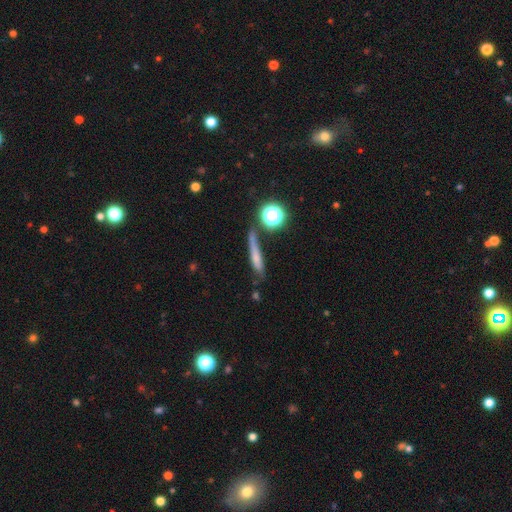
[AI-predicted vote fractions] smooth_or_featured: smooth (p=0.56) [alt: featured or disk p=0.28]
how_rounded: cigar-shaped (p=0.75) [alt: in between p=0.14]
merging: none (p=0.58) [alt: minor disturbance p=0.22]